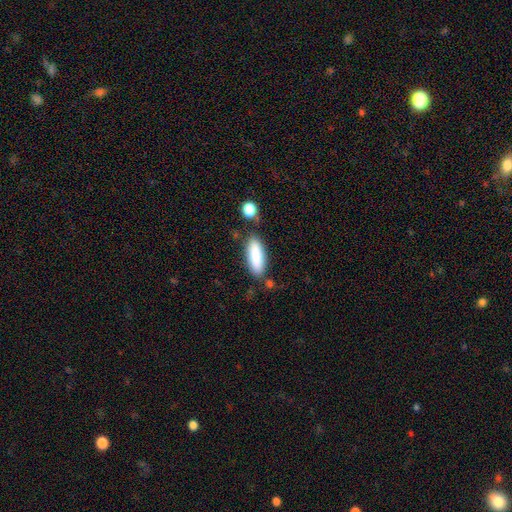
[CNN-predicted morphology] Q: Smooth or featured?
A: smooth (86%); runner-up: featured or disk (7%)
Q: How rounded?
A: in between (66%); runner-up: cigar-shaped (32%)
Q: Merging?
A: none (76%); runner-up: minor disturbance (14%)